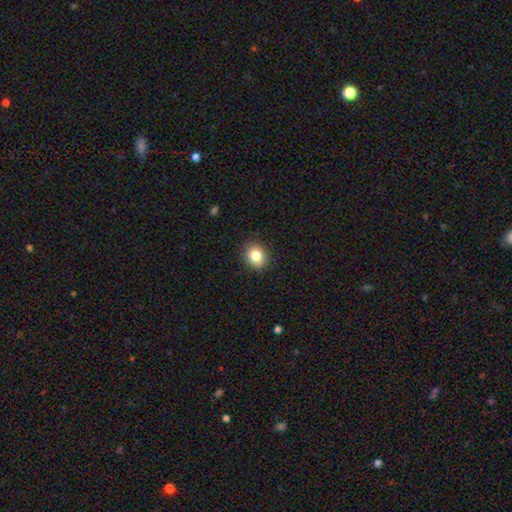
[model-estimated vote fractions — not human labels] Q: Smooth or featured?
A: smooth (83%); runner-up: star or artifact (10%)
Q: How rounded?
A: round (61%); runner-up: in between (38%)
Q: Merging?
A: none (87%); runner-up: minor disturbance (10%)